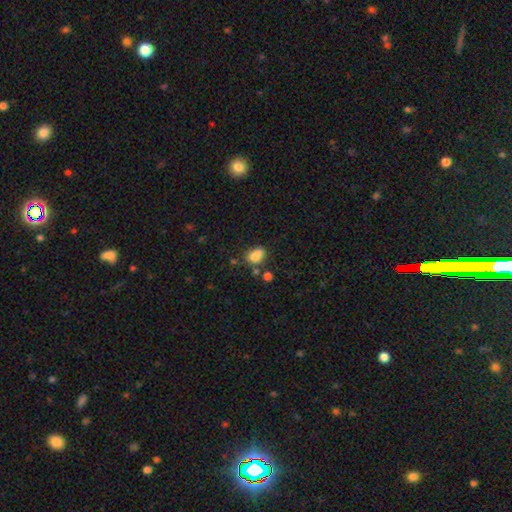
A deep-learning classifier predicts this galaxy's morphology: Overall: smooth (81%). How rounded: in between (73%). Merging: none (52%; minor disturbance 23%).